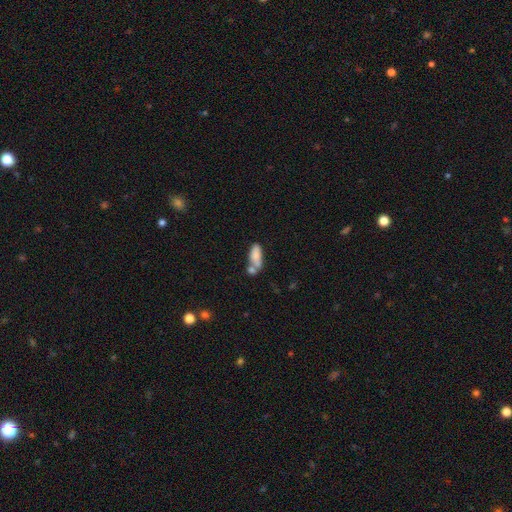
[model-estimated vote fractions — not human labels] This is likely a smooth galaxy (77%). How rounded: likely in between (76%). Merging: marginally merger (43%).